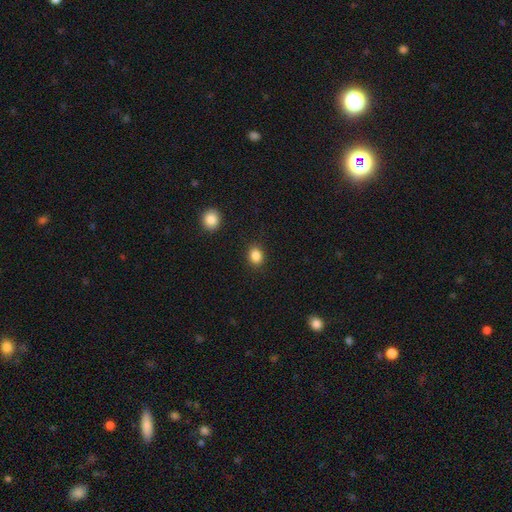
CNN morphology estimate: smooth 87%, star or artifact 10%, featured or disk 3%. Down the decision tree: how rounded — round (50%); merging — none (88%).